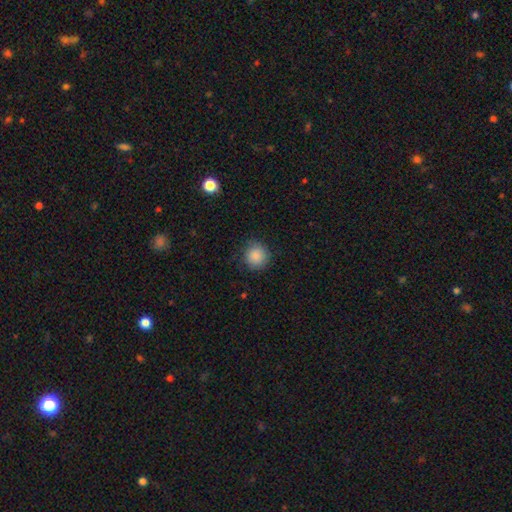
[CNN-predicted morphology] A smooth galaxy with no disk features (87%) that is round (91%). Merging: none (84%).